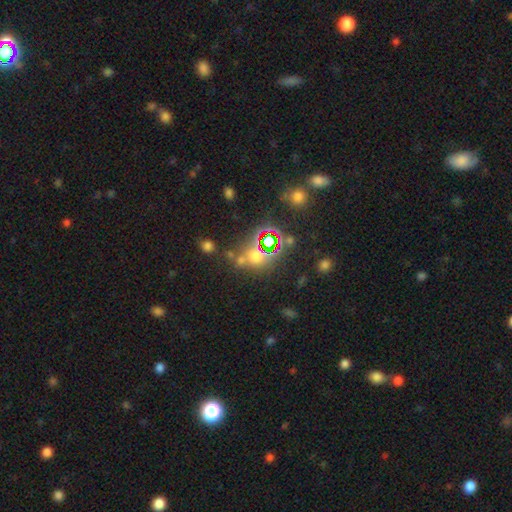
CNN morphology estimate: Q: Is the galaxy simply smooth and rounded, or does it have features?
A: star or artifact — 47%.